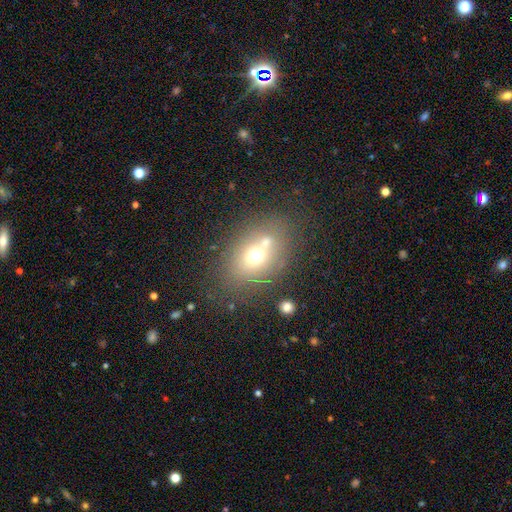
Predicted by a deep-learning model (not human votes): Overall: smooth (61%; featured or disk 24%). How rounded: in between (64%; round 34%). Merging: none (51%; merger 31%).